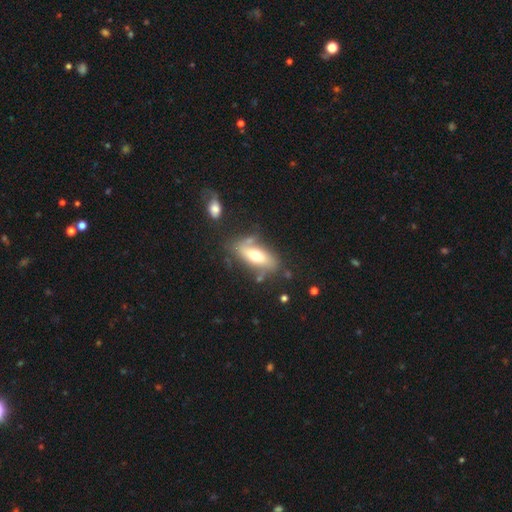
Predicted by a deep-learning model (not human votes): Smooth or featured? Predicted: smooth (p=0.59). How rounded? Predicted: in between (p=0.74). Merging? Predicted: none (p=0.66).